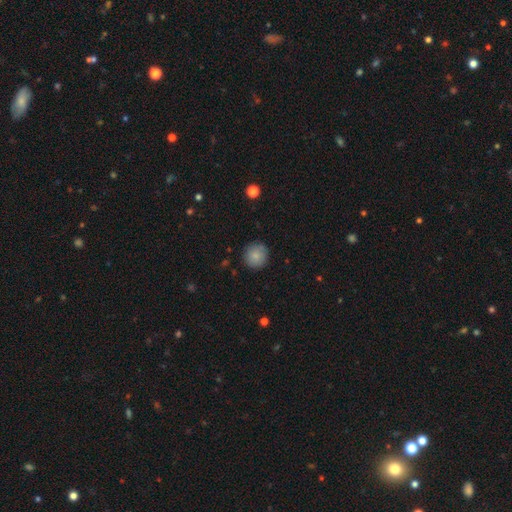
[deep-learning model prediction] The model was most divided on "smooth or featured": smooth: 84%, star or artifact: 8%, featured or disk: 8%. More confident: how rounded — round (94%); merging — none (87%).